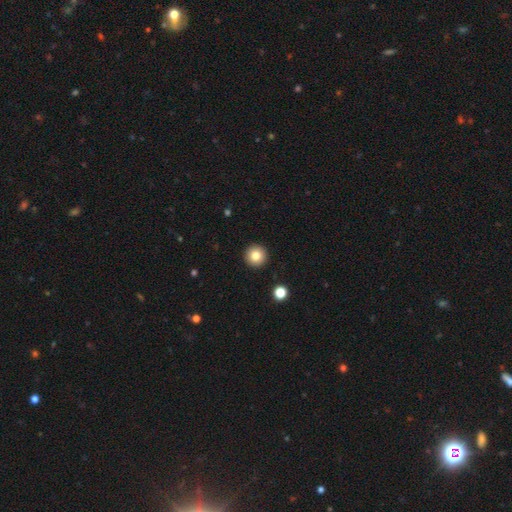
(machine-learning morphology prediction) A smooth galaxy with no disk features (82%) that is round (96%). Merging: none (93%).